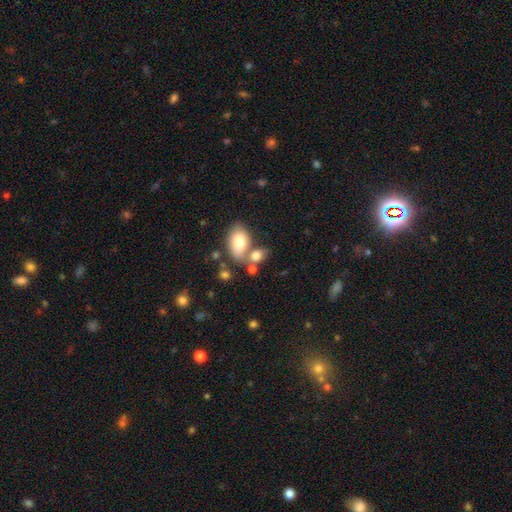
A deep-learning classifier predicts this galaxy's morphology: A smooth galaxy with no disk features (79%) that is in between round and cigar-shaped (84%). Merging: none (46%).